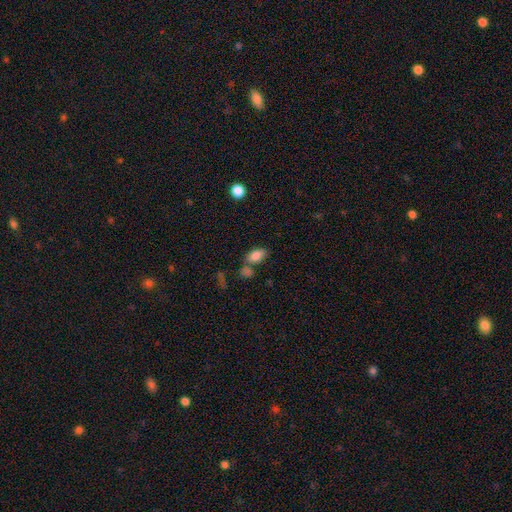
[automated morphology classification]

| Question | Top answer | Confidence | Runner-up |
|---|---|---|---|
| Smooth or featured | smooth | 84% | star or artifact (9%) |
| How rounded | in between | 90% | round (8%) |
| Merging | none | 62% | merger (20%) |